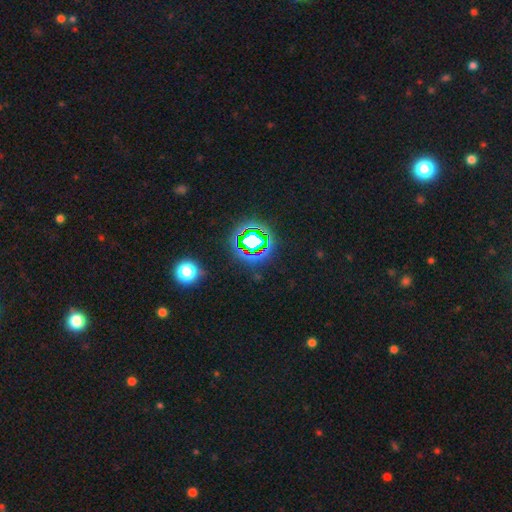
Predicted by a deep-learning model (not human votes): Smooth or featured? Predicted: star or artifact (p=0.81).